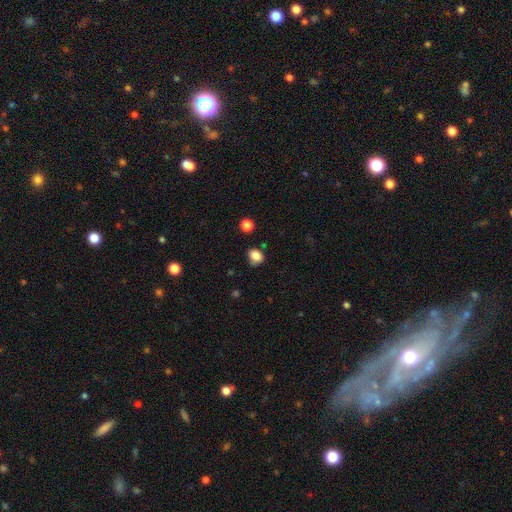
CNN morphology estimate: This is clearly a smooth galaxy (84%). How rounded: possibly in between (54%). Merging: likely none (65%).